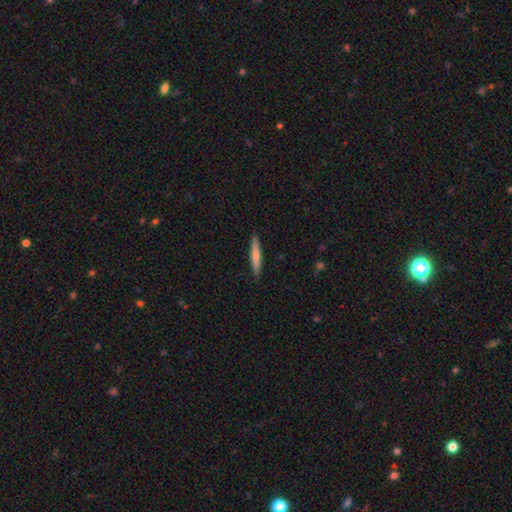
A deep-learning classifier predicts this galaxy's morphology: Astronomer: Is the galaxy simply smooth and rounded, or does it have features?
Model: smooth — 68%.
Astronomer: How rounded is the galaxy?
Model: cigar-shaped — 92%.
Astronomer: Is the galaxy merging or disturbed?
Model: none — 91%.